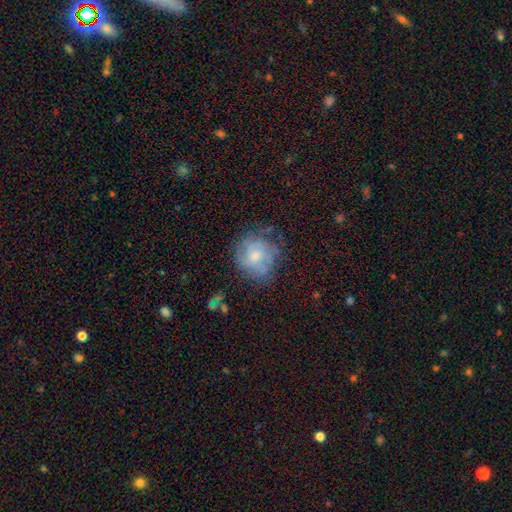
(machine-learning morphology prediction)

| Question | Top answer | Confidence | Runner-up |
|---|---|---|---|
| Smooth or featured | featured or disk | 48% | smooth (43%) |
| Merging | none | 57% | minor disturbance (25%) |